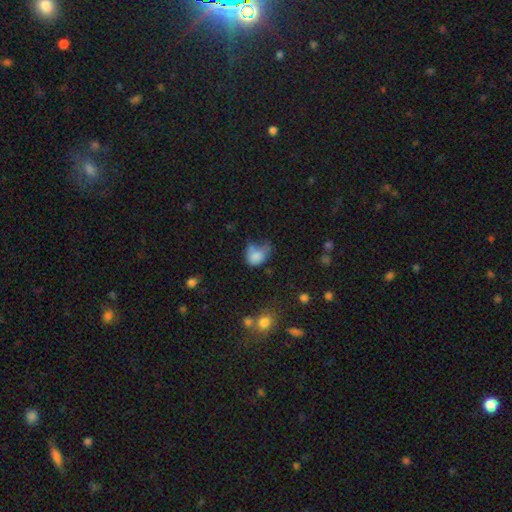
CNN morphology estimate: Smooth or featured? smooth (75%)
How rounded? in between (61%)
Merging? minor disturbance (31%)